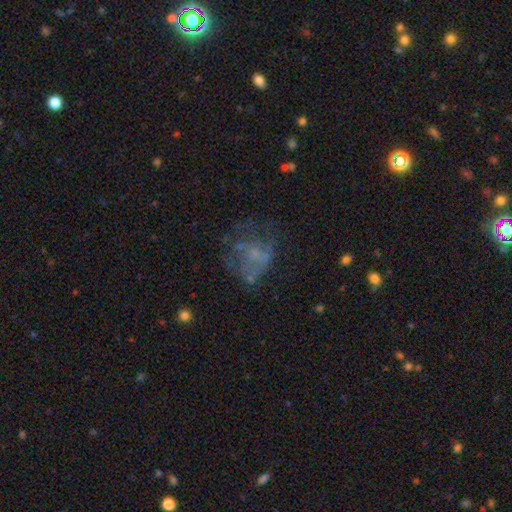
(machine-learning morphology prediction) A featured or disk galaxy (48%). Merging: none (41%).